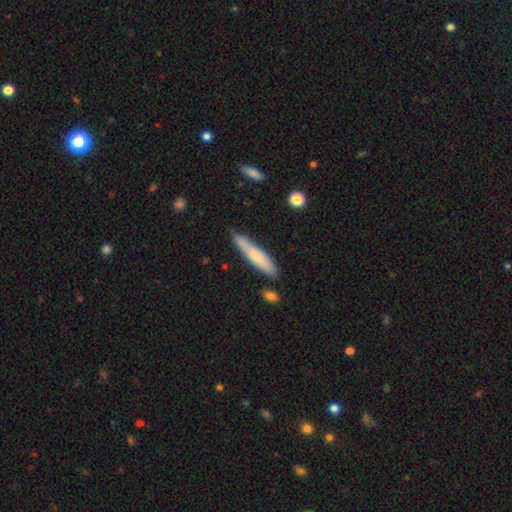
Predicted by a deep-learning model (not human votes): This appears to be a smooth galaxy with no disk features (67%) that is cigar-shaped (88%). Merging: none (77%).